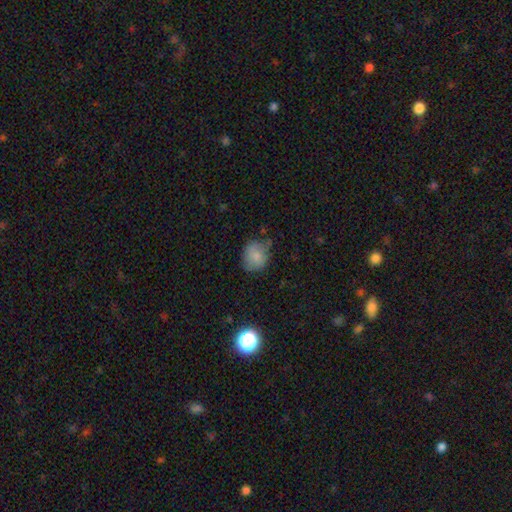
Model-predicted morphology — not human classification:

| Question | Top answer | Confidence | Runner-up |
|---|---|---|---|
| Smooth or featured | smooth | 80% | featured or disk (11%) |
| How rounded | round | 66% | in between (33%) |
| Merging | none | 60% | minor disturbance (29%) |